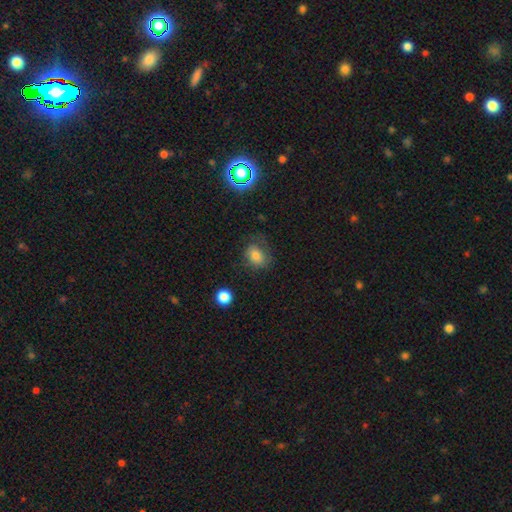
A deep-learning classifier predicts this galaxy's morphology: Smooth or featured? smooth (71%)
How rounded? in between (63%)
Merging? none (57%)